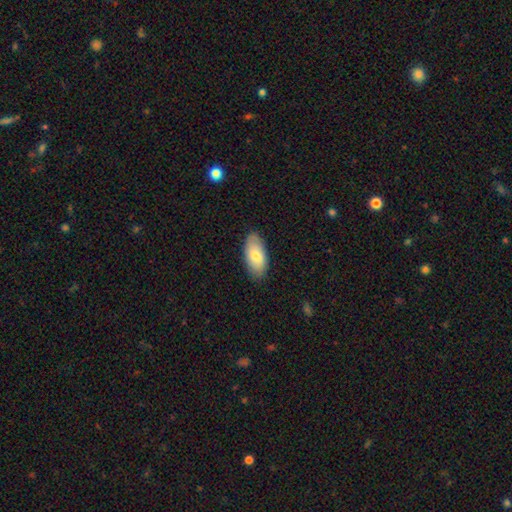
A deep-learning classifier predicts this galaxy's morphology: This is likely a smooth galaxy (76%). How rounded: clearly in between (93%). Merging: clearly none (86%).